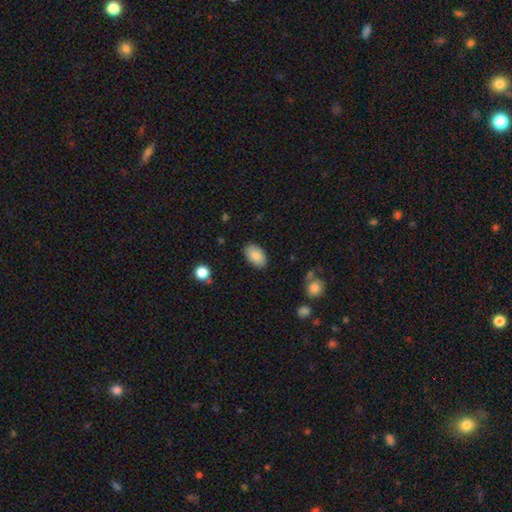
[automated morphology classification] type=smooth (87%); roundness=in between (93%); merging=none (87%).